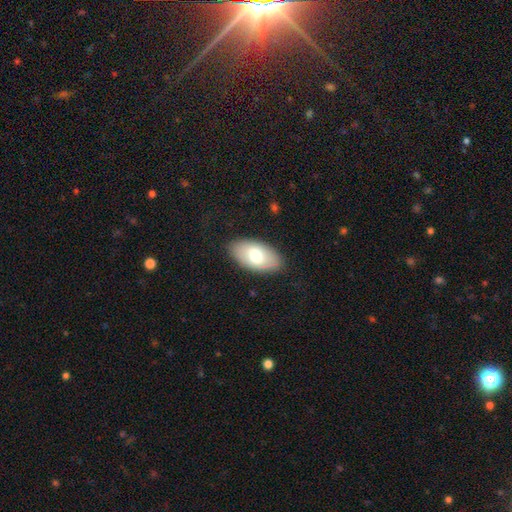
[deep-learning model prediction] Smooth or featured?
  - smooth: 71% *
  - featured or disk: 23%
  - star or artifact: 6%
How rounded?
  - in between: 95% *
  - round: 3%
  - cigar-shaped: 2%
Merging?
  - none: 85% *
  - minor disturbance: 11%
  - major disturbance: 3%
  - merger: 1%